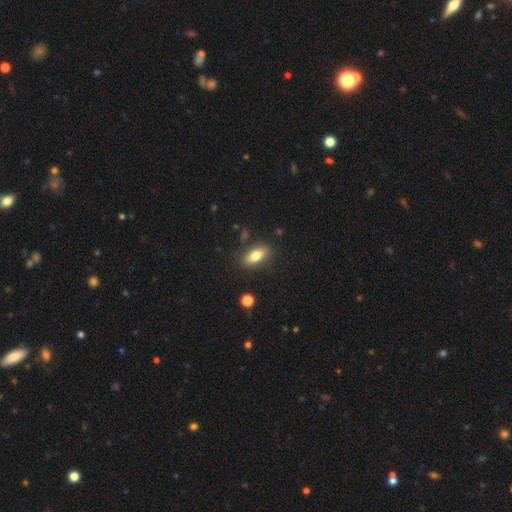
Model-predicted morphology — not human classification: This is likely a smooth galaxy (78%). How rounded: clearly in between (82%). Merging: clearly none (83%).